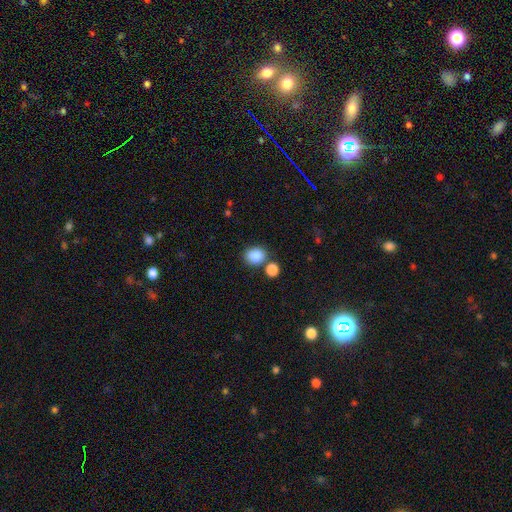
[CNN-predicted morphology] type=smooth (86%); roundness=round (58%); merging=none (66%).